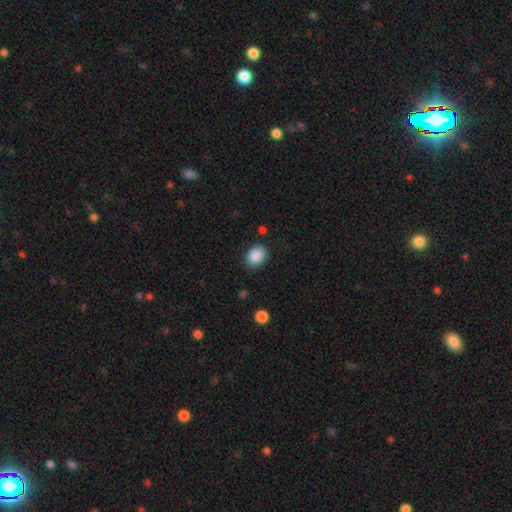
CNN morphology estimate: Q: Smooth or featured?
A: smooth (89%); runner-up: star or artifact (8%)
Q: How rounded?
A: in between (57%); runner-up: round (43%)
Q: Merging?
A: none (82%); runner-up: minor disturbance (13%)